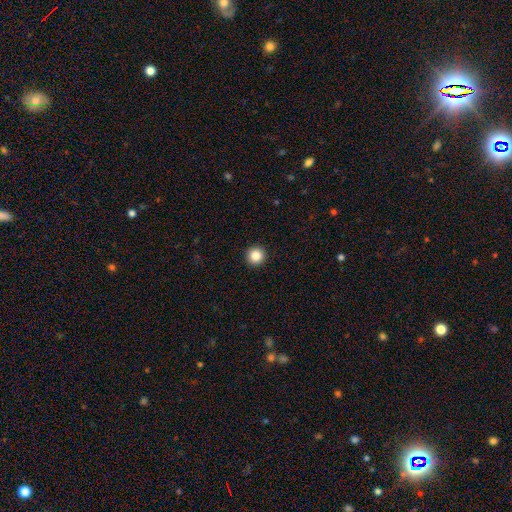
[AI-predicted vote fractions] This is clearly a smooth galaxy (86%). How rounded: clearly round (96%). Merging: clearly none (93%).